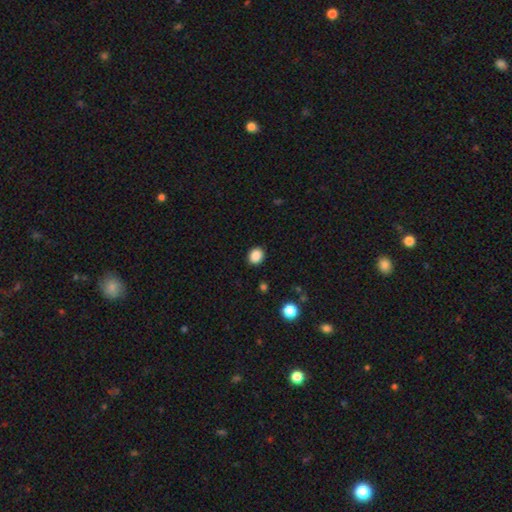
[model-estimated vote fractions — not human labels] smooth-or-featured: smooth: 88% | star or artifact: 9% | featured or disk: 3%
  how-rounded: round: 61% | in between: 38% | cigar-shaped: 1%
  merging: none: 90% | minor disturbance: 7% | major disturbance: 2% | merger: 1%